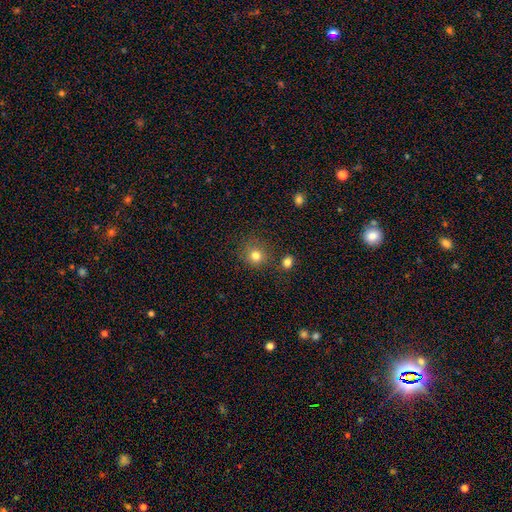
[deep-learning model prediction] Morphology: type=smooth (80%); roundness=round (88%); merging=none (79%).